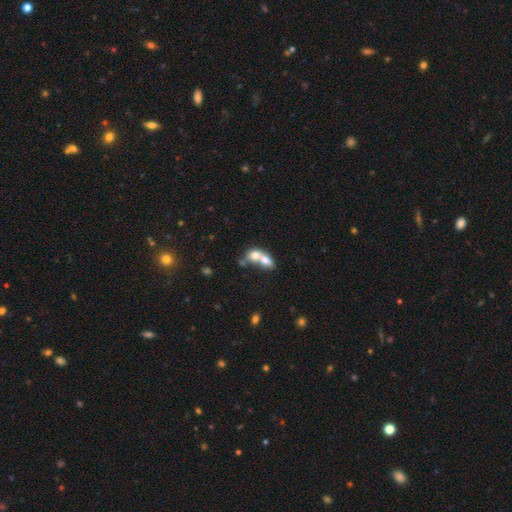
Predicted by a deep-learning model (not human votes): This is likely a smooth galaxy (68%). How rounded: possibly in between (59%). Merging: likely merger (78%).